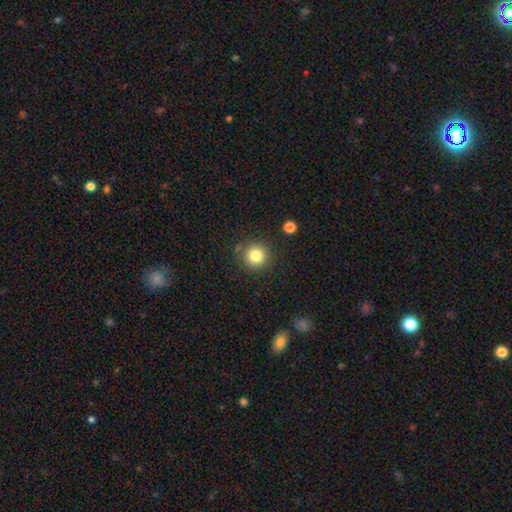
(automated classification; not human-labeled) A smooth galaxy with no disk features (83%) that is round (94%). Merging: none (87%).